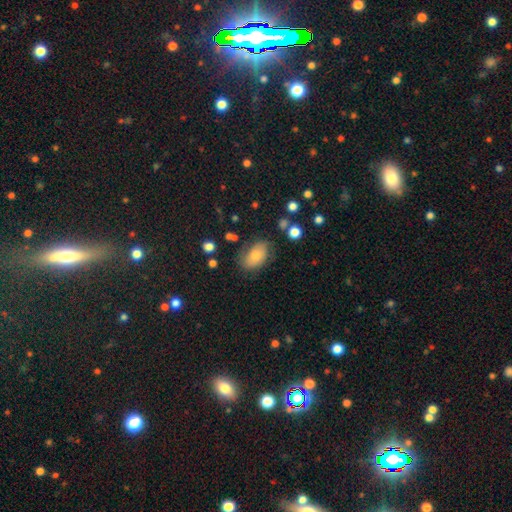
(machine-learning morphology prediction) smooth-or-featured: smooth: 73% | featured or disk: 18% | star or artifact: 8%
  how-rounded: in between: 89% | round: 10% | cigar-shaped: 1%
  merging: none: 68% | minor disturbance: 21% | major disturbance: 8% | merger: 3%